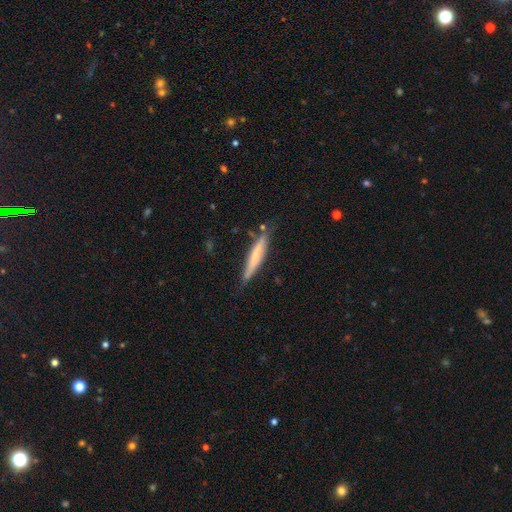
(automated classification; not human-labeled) Smooth or featured? Predicted: smooth (p=0.57). How rounded? Predicted: cigar-shaped (p=0.93). Merging? Predicted: none (p=0.77).